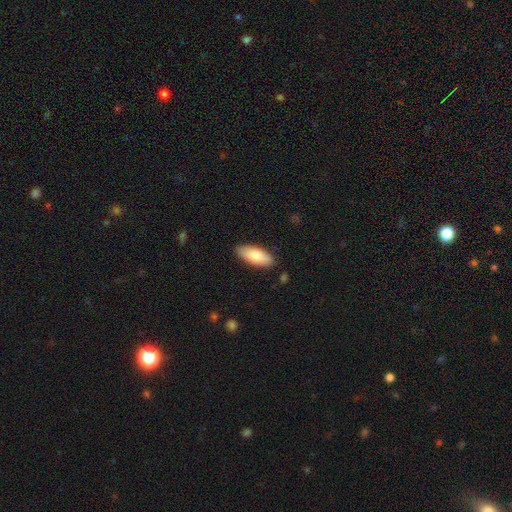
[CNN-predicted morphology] This is clearly a smooth galaxy (80%). How rounded: clearly in between (83%). Merging: clearly none (86%).